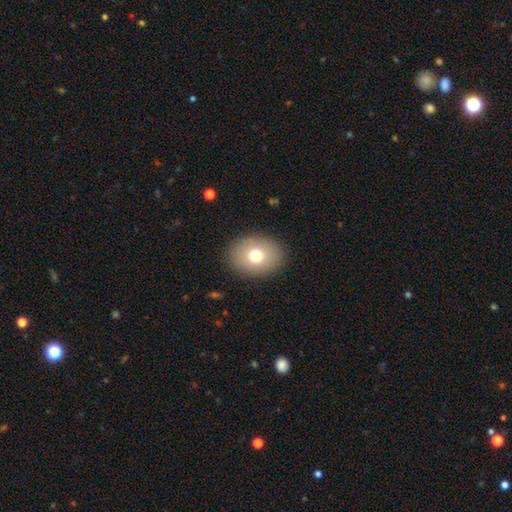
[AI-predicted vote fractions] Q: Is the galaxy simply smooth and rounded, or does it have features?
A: smooth — 74%.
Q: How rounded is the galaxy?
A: in between — 57%.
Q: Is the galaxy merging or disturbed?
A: none — 89%.